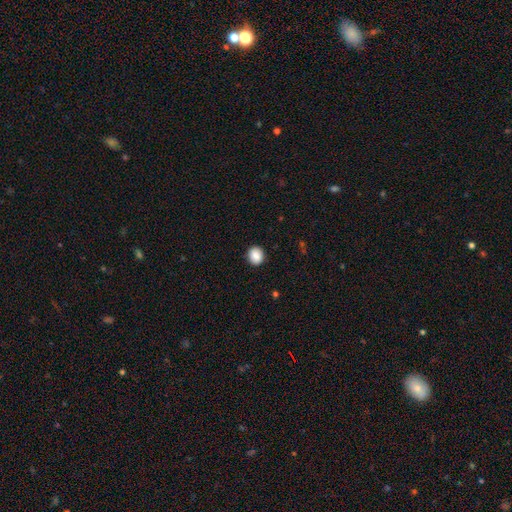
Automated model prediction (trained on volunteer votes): Smooth or featured? Predicted: smooth (p=0.87). How rounded? Predicted: round (p=0.78). Merging? Predicted: none (p=0.90).